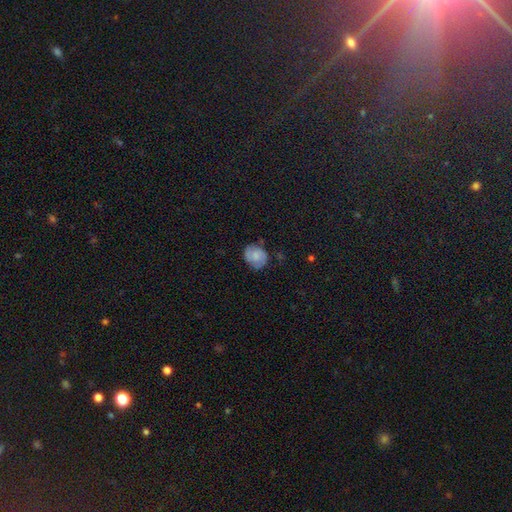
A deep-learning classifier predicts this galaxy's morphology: smooth-or-featured: smooth: 52% | featured or disk: 39% | star or artifact: 8%
  how-rounded: round: 58% | in between: 41% | cigar-shaped: 1%
  merging: none: 69% | minor disturbance: 23% | major disturbance: 6% | merger: 2%